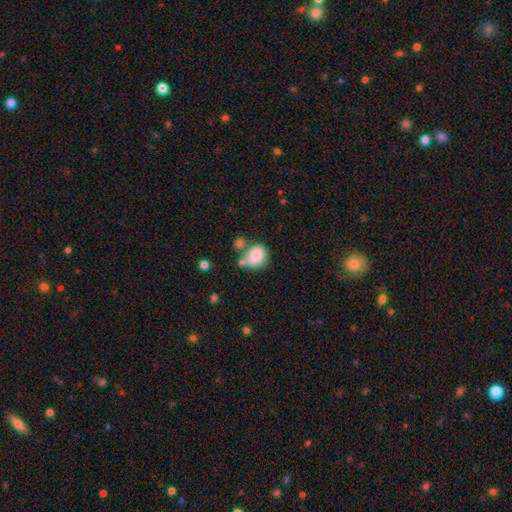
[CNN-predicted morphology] type=smooth (81%); roundness=round (56%); merging=none (43%).